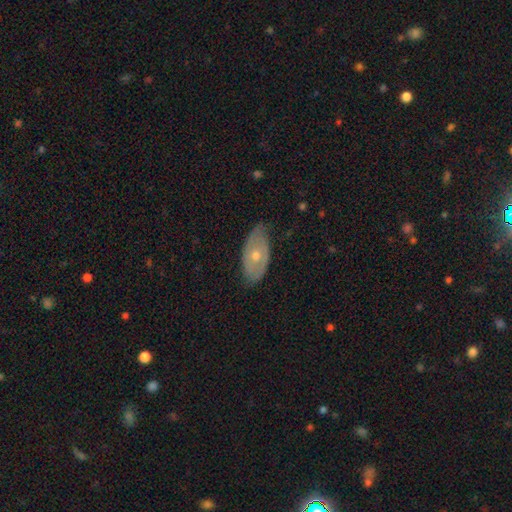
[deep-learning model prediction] featured or disk 55%, smooth 38%, star or artifact 6%. Down the decision tree: edge-on disk — no (85%); merging — none (71%).